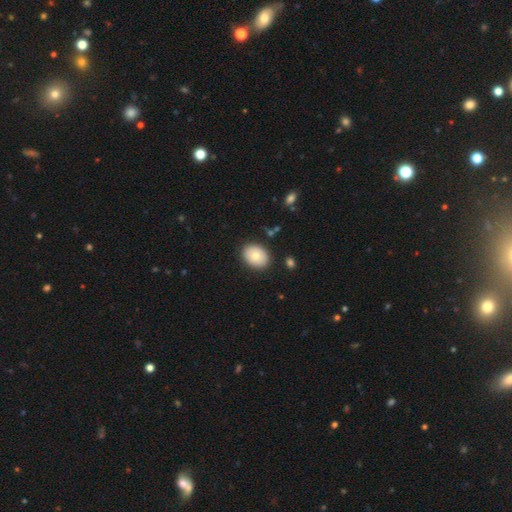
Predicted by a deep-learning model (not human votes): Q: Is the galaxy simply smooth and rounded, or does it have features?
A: smooth — 79%.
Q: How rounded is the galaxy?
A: in between — 67%.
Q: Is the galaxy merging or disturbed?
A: none — 87%.